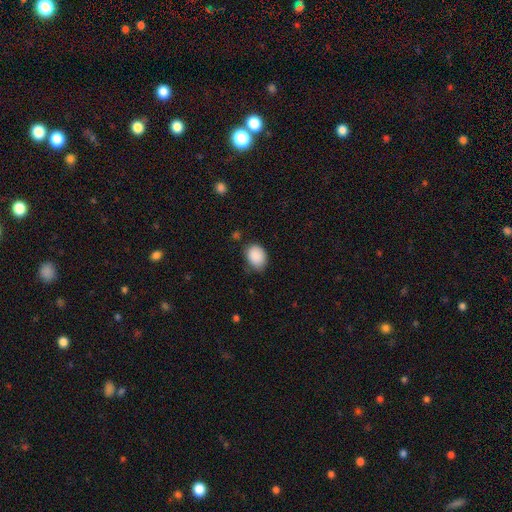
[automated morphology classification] smooth-or-featured: smooth: 89% | star or artifact: 8% | featured or disk: 3%
  how-rounded: in between: 67% | round: 32% | cigar-shaped: 1%
  merging: none: 70% | minor disturbance: 23% | major disturbance: 5% | merger: 2%